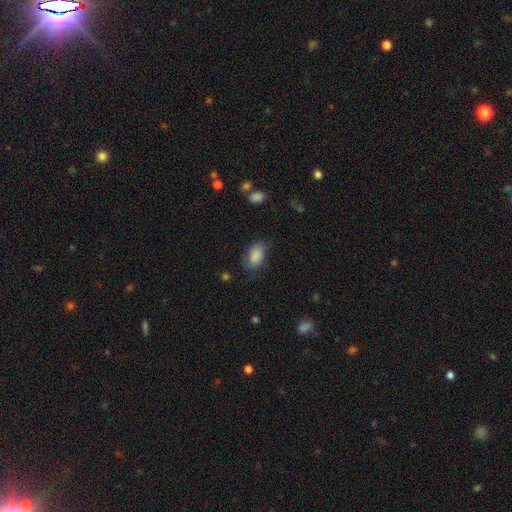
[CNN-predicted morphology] This appears to be a smooth galaxy with no disk features (83%) that is in between round and cigar-shaped (92%). Merging: none (64%).